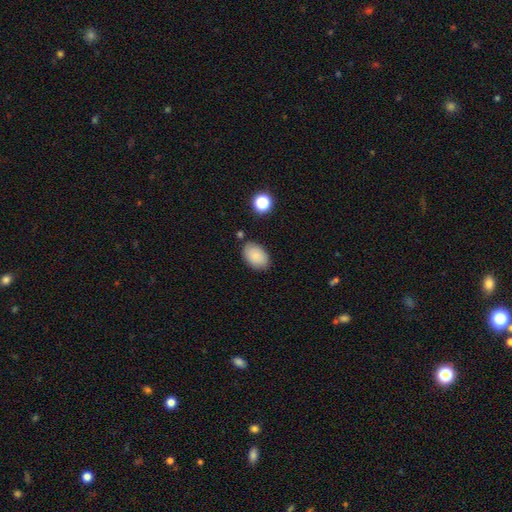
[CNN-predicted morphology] This is clearly a smooth galaxy (84%). How rounded: clearly in between (89%). Merging: clearly none (82%).